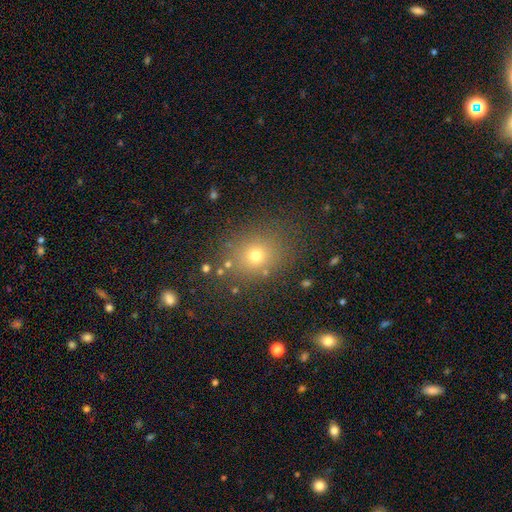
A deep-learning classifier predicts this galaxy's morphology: A smooth galaxy with no disk features (69%) that is round (62%).

Vote fractions:
- Smooth or featured? smooth: 69% / star or artifact: 20% / featured or disk: 11%
- How rounded? round: 62% / in between: 37% / cigar-shaped: 1%
- Merging? none: 81% / minor disturbance: 11% / major disturbance: 5% / merger: 3%